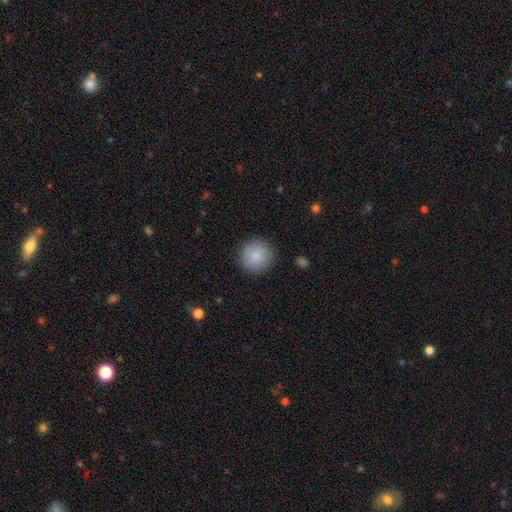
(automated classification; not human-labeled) Overall: smooth (86%). How rounded: round (94%). Merging: none (89%).